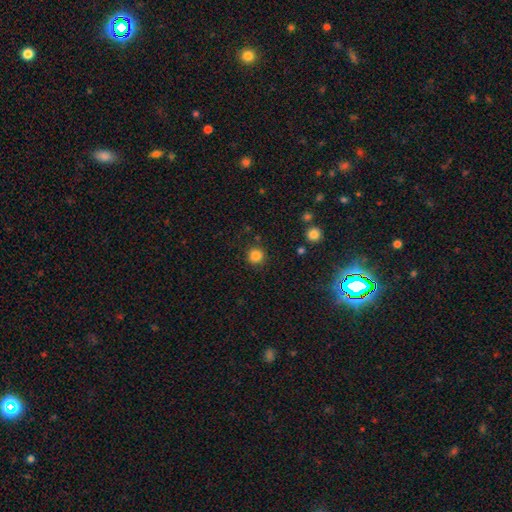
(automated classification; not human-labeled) smooth-or-featured: smooth: 84% | star or artifact: 12% | featured or disk: 4%
  how-rounded: round: 94% | in between: 5% | cigar-shaped: 1%
  merging: none: 89% | minor disturbance: 7% | major disturbance: 2% | merger: 2%